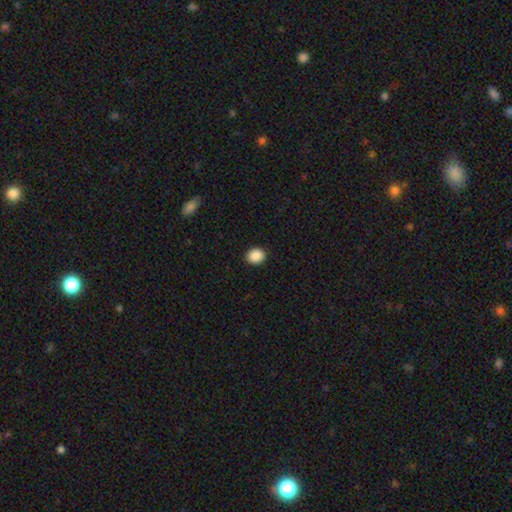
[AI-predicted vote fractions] This appears to be a smooth galaxy with no disk features (89%) that is round (72%). Merging: none (92%).